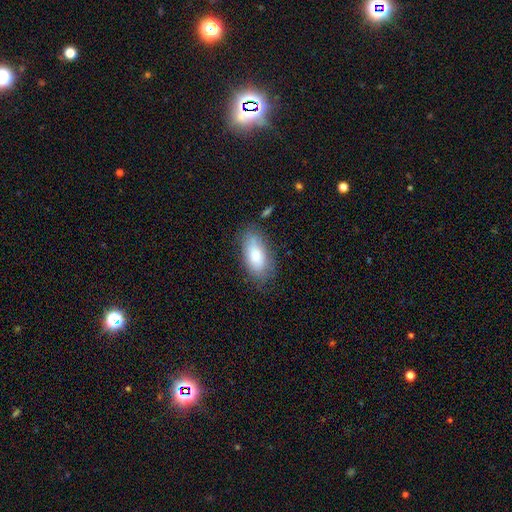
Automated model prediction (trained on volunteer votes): Smooth or featured: smooth — 72% (featured or disk — 20%)
How rounded: in between — 90% (cigar-shaped — 6%)
Merging: none — 73% (minor disturbance — 19%)